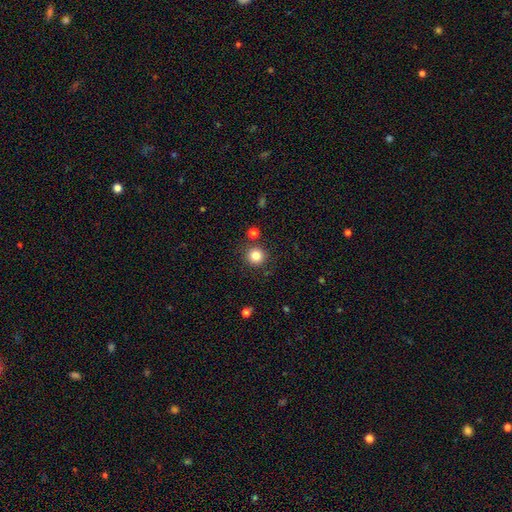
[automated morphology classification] Smooth or featured? Predicted: smooth (p=0.83). How rounded? Predicted: round (p=0.94). Merging? Predicted: none (p=0.86).